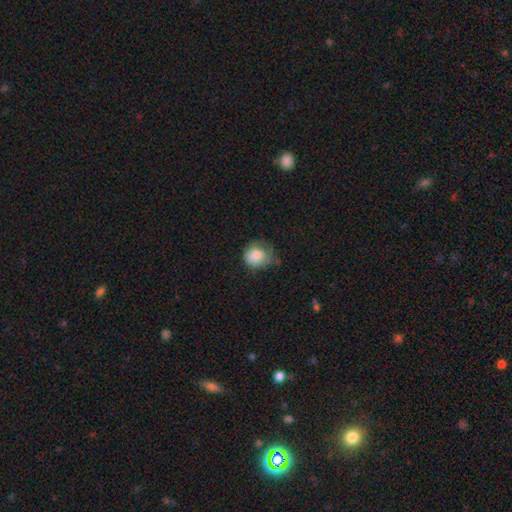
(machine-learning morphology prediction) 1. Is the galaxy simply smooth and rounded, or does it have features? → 82% smooth, 10% featured or disk, 8% star or artifact.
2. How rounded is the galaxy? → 75% round, 25% in between, 1% cigar-shaped.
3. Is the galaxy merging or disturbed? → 41% none, 39% minor disturbance, 18% major disturbance, 2% merger.